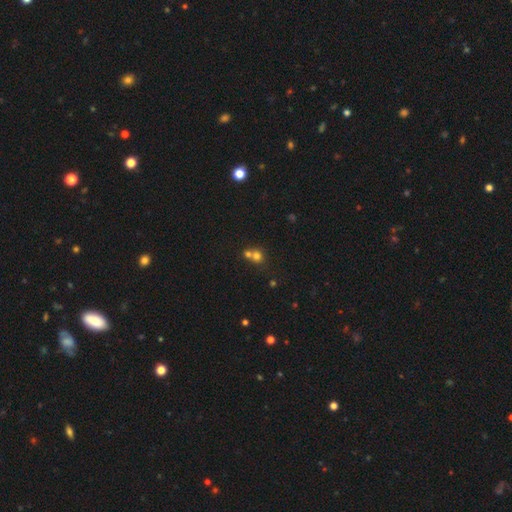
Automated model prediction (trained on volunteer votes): smooth_or_featured: smooth (p=0.71) [alt: star or artifact p=0.17]
how_rounded: round (p=0.83) [alt: in between p=0.16]
merging: merger (p=0.54) [alt: none p=0.38]